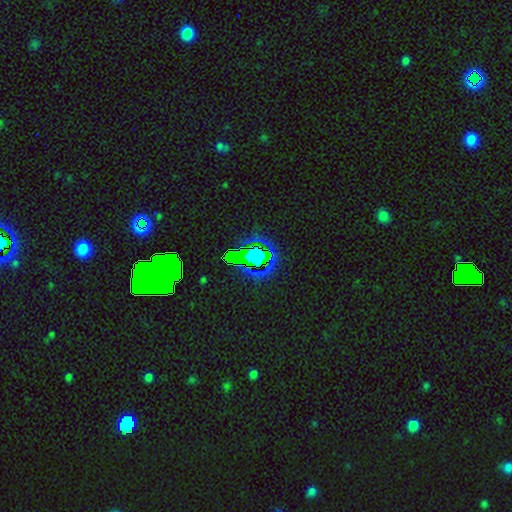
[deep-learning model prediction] Overall: star or artifact (70%).